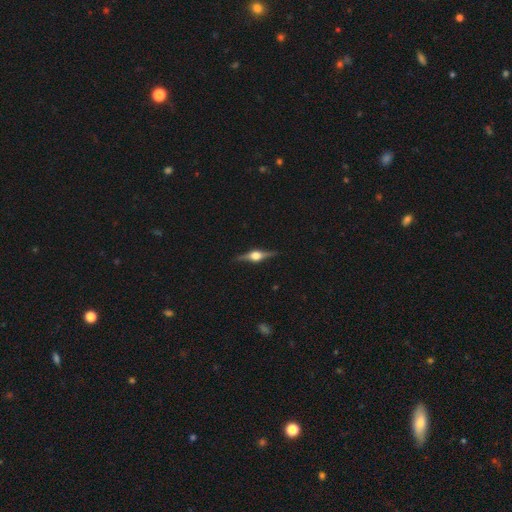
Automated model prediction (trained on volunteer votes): A featured or disk galaxy (84%) viewed edge-on (98%) with a rounded central bulge (94%). Merging: none (90%).